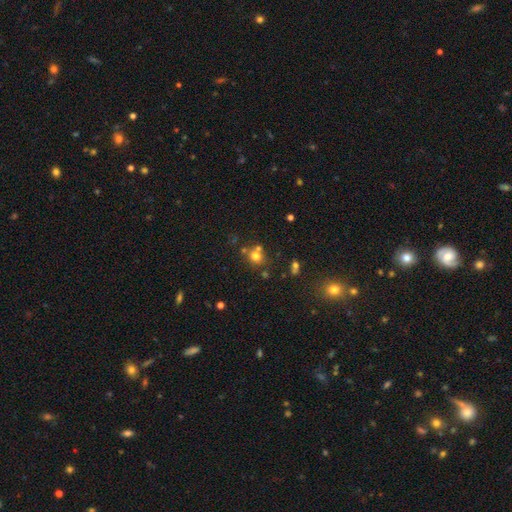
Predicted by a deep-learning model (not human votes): Smooth or featured?
  - smooth: 70% *
  - star or artifact: 19%
  - featured or disk: 11%
How rounded?
  - round: 83% *
  - in between: 16%
  - cigar-shaped: 1%
Merging?
  - none: 61% *
  - merger: 25%
  - minor disturbance: 10%
  - major disturbance: 4%